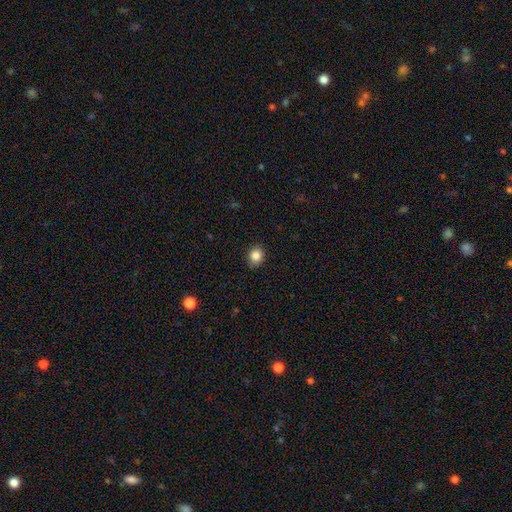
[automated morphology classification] Smooth or featured?
  - smooth: 84% *
  - star or artifact: 10%
  - featured or disk: 5%
How rounded?
  - round: 68% *
  - in between: 31%
  - cigar-shaped: 1%
Merging?
  - none: 86% *
  - minor disturbance: 11%
  - major disturbance: 2%
  - merger: 1%